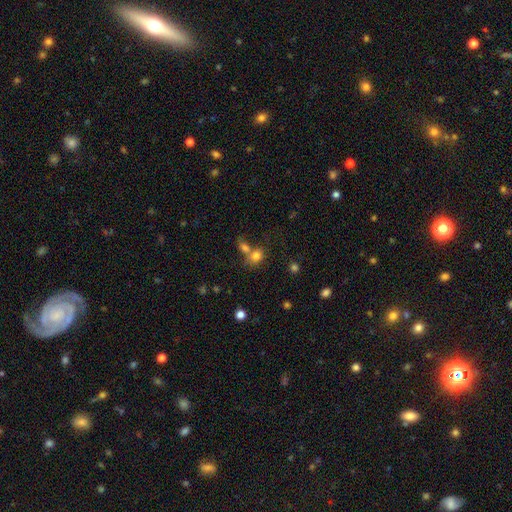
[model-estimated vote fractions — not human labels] Q: Smooth or featured?
A: smooth (77%); runner-up: star or artifact (13%)
Q: How rounded?
A: in between (50%); runner-up: round (49%)
Q: Merging?
A: merger (46%); runner-up: none (39%)